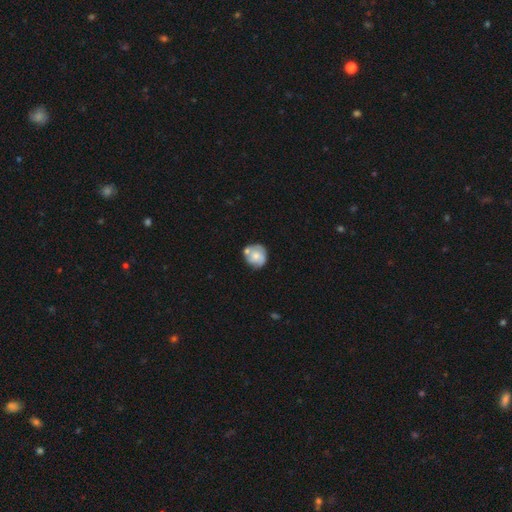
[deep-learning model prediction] A smooth galaxy with no disk features (53%) that is round (84%).

Vote fractions:
- Smooth or featured? smooth: 53% / featured or disk: 40% / star or artifact: 7%
- How rounded? round: 84% / in between: 15% / cigar-shaped: 1%
- Merging? none: 54% / merger: 21% / minor disturbance: 20% / major disturbance: 6%